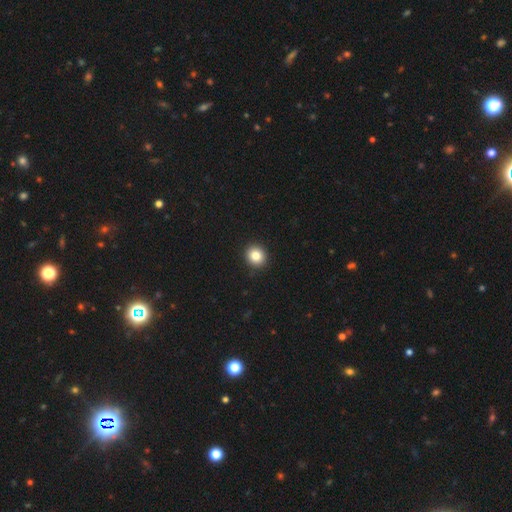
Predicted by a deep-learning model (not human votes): smooth-or-featured: smooth: 84% | star or artifact: 10% | featured or disk: 6%
  how-rounded: round: 88% | in between: 11% | cigar-shaped: 1%
  merging: none: 92% | minor disturbance: 5% | major disturbance: 2% | merger: 1%